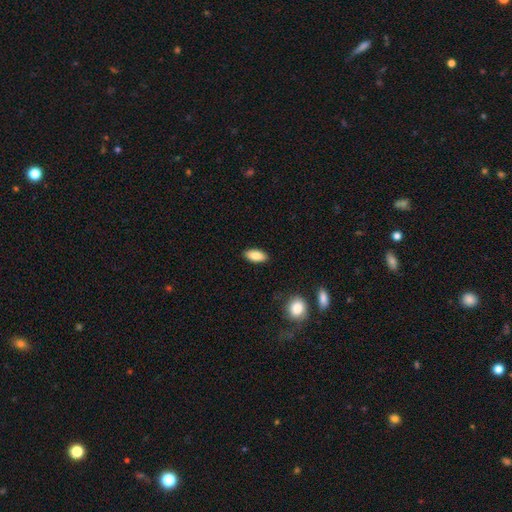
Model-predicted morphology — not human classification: A smooth galaxy with no disk features (86%) that is in between round and cigar-shaped (89%).

Vote fractions:
- Smooth or featured? smooth: 86% / featured or disk: 7% / star or artifact: 7%
- How rounded? in between: 89% / cigar-shaped: 8% / round: 2%
- Merging? none: 89% / minor disturbance: 8% / major disturbance: 2% / merger: 1%